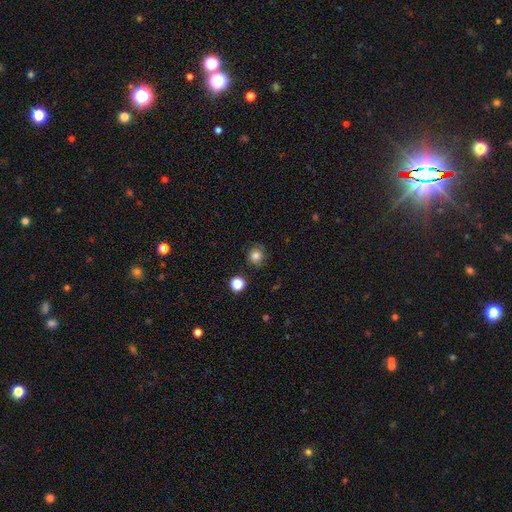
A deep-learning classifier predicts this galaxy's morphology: smooth_or_featured: smooth (p=0.81) [alt: star or artifact p=0.13]
how_rounded: round (p=0.88) [alt: in between p=0.11]
merging: none (p=0.85) [alt: minor disturbance p=0.10]